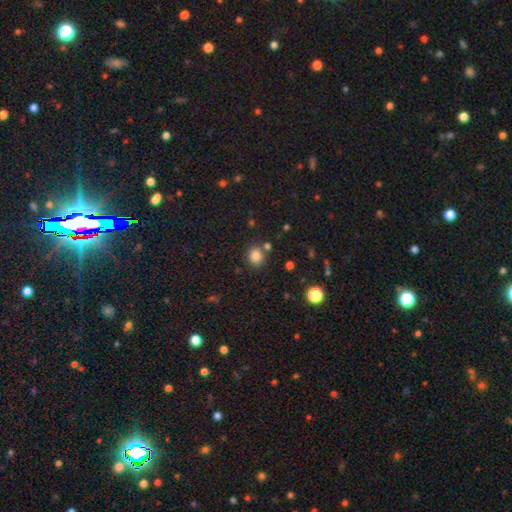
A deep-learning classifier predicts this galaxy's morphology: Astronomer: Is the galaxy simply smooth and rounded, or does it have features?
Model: smooth — 82%.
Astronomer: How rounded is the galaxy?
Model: round — 68%.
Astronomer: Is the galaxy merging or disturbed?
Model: none — 78%.